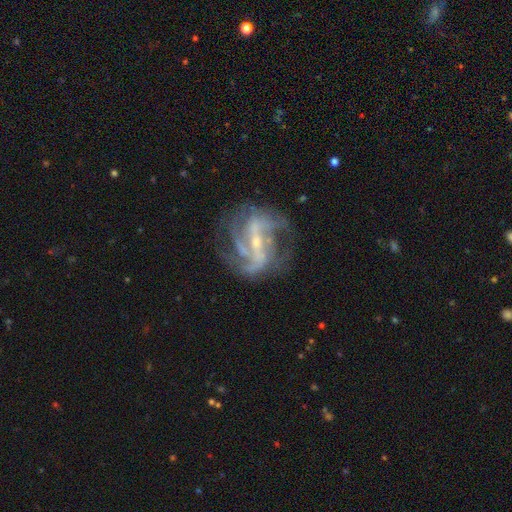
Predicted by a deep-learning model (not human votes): smooth-or-featured: featured or disk: 86% | star or artifact: 9% | smooth: 5%
  disk-edge-on: no: 95% | yes: 5%
    bar: strong: 55% | weak: 31% | no: 14%
    has-spiral-arms: yes: 95% | no: 5%
      spiral-winding: loose: 41% | medium: 40% | tight: 19%
      spiral-arm-count: 2: 52% | can't tell: 15% | 3: 14% | 4: 7% | 1: 6% | more than 4: 5%
    bulge-size: small: 74% | moderate: 19% | none: 5% | large: 2% | dominant: 1%
  merging: none: 68% | minor disturbance: 16% | major disturbance: 13% | merger: 2%